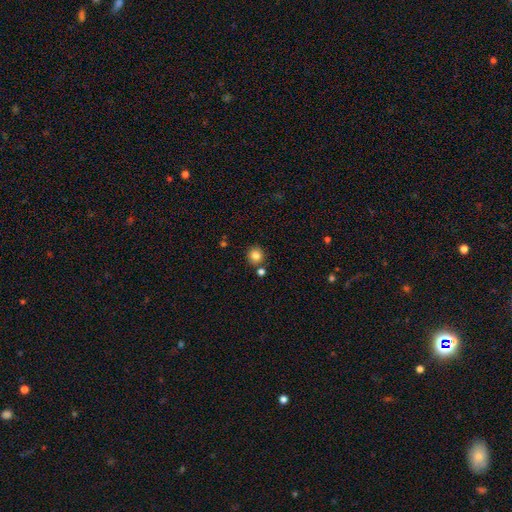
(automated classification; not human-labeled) The model was most divided on "smooth or featured": smooth: 83%, star or artifact: 11%, featured or disk: 5%. More confident: how rounded — round (93%); merging — none (82%).